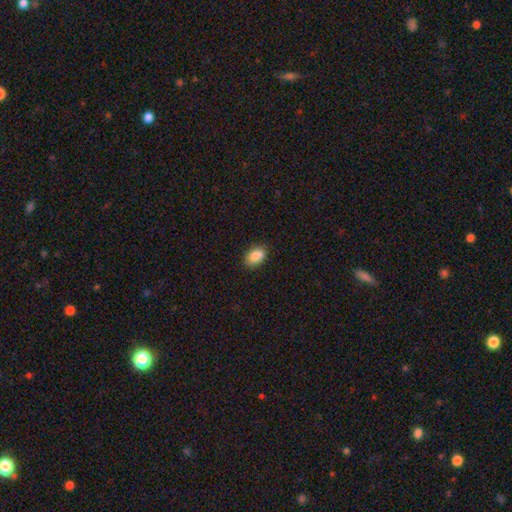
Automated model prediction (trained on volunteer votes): smooth-or-featured: smooth: 87% | star or artifact: 8% | featured or disk: 5%
  how-rounded: in between: 88% | round: 11% | cigar-shaped: 1%
  merging: none: 83% | minor disturbance: 14% | major disturbance: 3% | merger: 1%